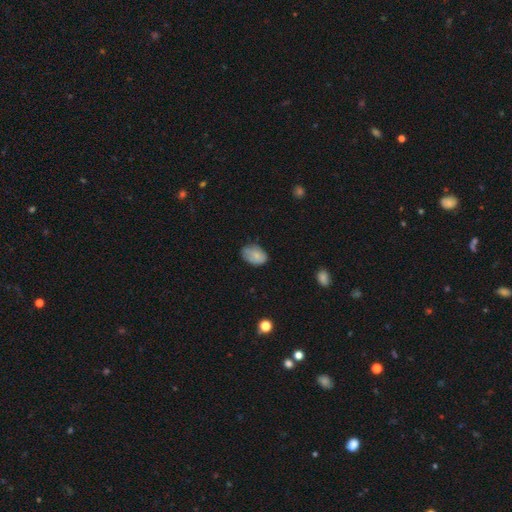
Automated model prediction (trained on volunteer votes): smooth_or_featured: smooth (p=0.74) [alt: featured or disk p=0.17]
how_rounded: in between (p=0.85) [alt: round p=0.14]
merging: none (p=0.61) [alt: minor disturbance p=0.30]